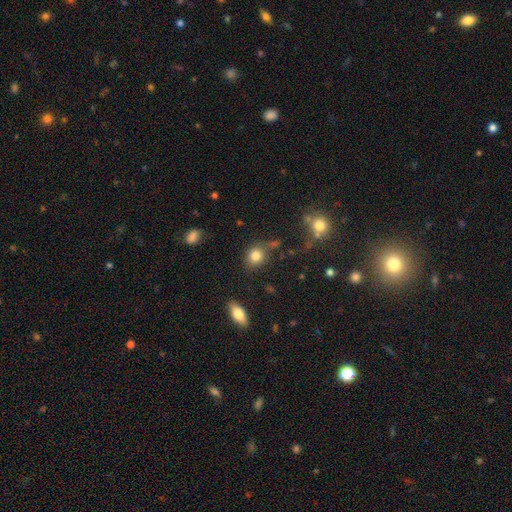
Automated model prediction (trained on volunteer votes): Overall: smooth (82%). How rounded: round (68%; in between 30%). Merging: none (72%).